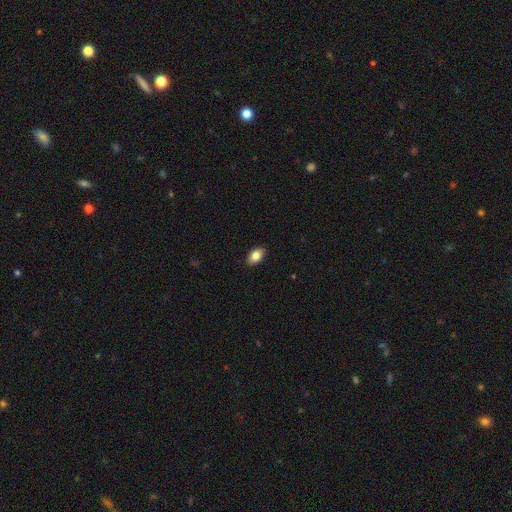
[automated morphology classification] Overall: smooth (84%). How rounded: in between (90%). Merging: none (89%).